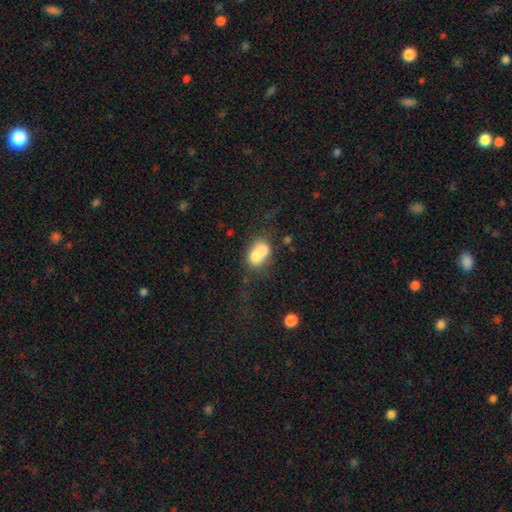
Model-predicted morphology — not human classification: Smooth or featured? Predicted: smooth (p=0.68). How rounded? Predicted: in between (p=0.77). Merging? Predicted: merger (p=0.50).